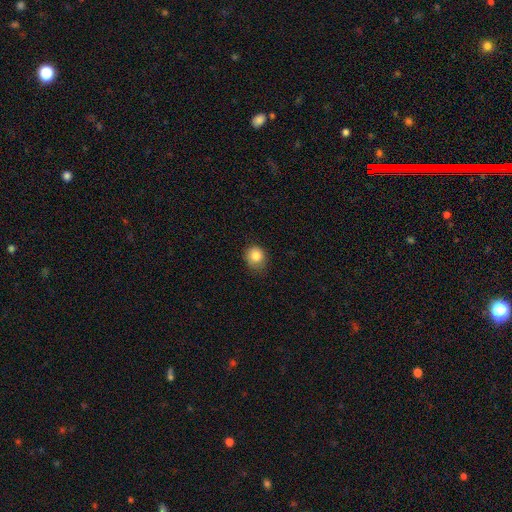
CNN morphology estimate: smooth-or-featured: smooth: 84% | star or artifact: 11% | featured or disk: 6%
  how-rounded: round: 79% | in between: 20% | cigar-shaped: 1%
  merging: none: 74% | minor disturbance: 21% | major disturbance: 4% | merger: 1%